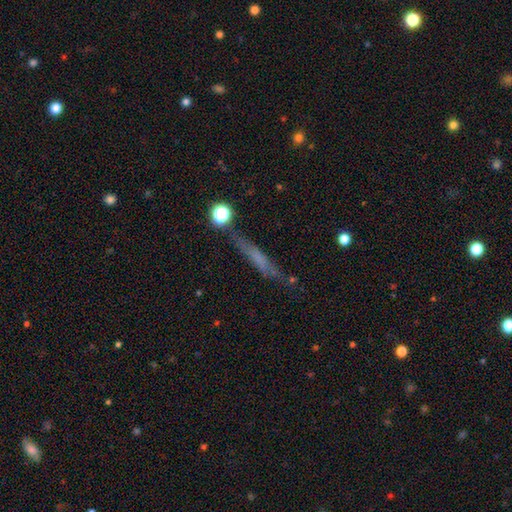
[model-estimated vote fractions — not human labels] Overall: featured or disk (44%; smooth 41%). Merging: none (74%).